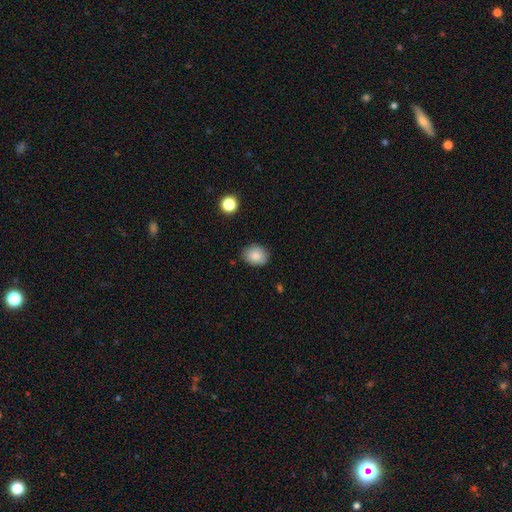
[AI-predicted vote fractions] A smooth galaxy with no disk features (85%) that is in between round and cigar-shaped (56%).

Vote fractions:
- Smooth or featured? smooth: 85% / star or artifact: 8% / featured or disk: 7%
- How rounded? in between: 56% / round: 43% / cigar-shaped: 1%
- Merging? none: 83% / minor disturbance: 13% / major disturbance: 2% / merger: 1%